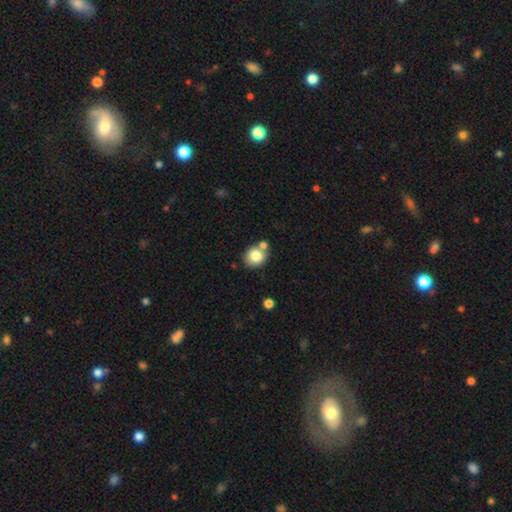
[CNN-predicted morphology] Smooth or featured? Predicted: smooth (p=0.81). How rounded? Predicted: round (p=0.70). Merging? Predicted: none (p=0.60).